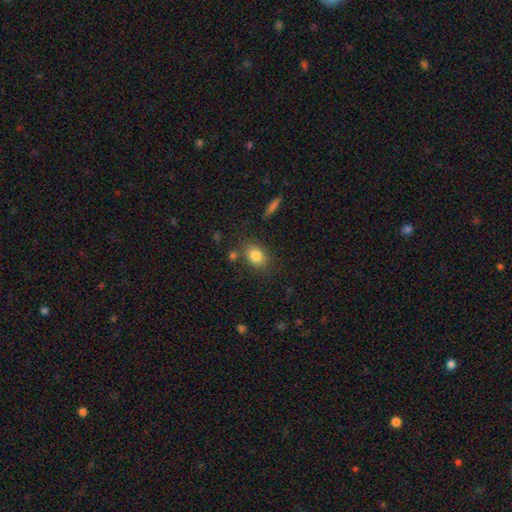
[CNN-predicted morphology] Smooth or featured? smooth (83%)
How rounded? in between (69%)
Merging? none (76%)